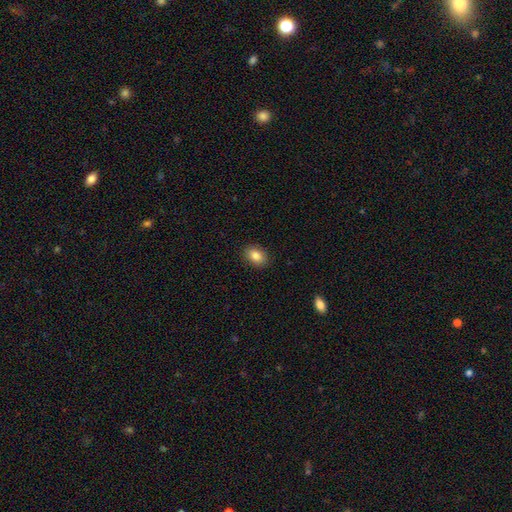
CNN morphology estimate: Q: Smooth or featured?
A: smooth (85%); runner-up: star or artifact (8%)
Q: How rounded?
A: in between (75%); runner-up: round (23%)
Q: Merging?
A: none (89%); runner-up: minor disturbance (8%)